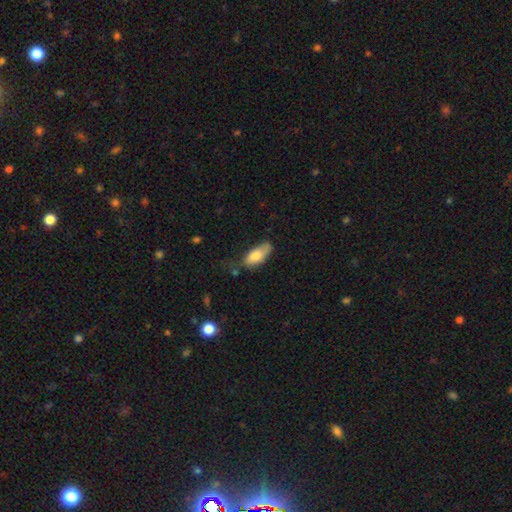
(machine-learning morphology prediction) Smooth or featured? Predicted: smooth (p=0.77). How rounded? Predicted: in between (p=0.83). Merging? Predicted: none (p=0.44).